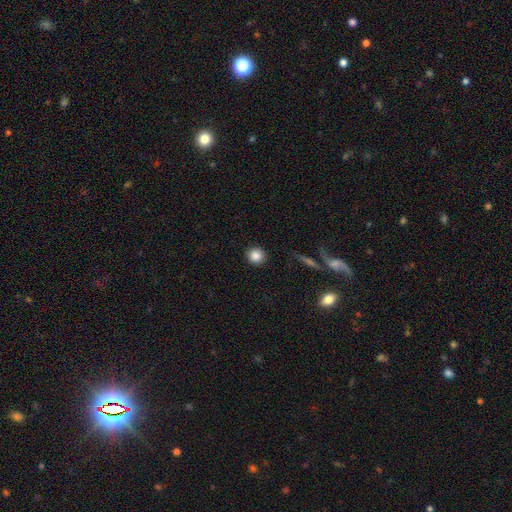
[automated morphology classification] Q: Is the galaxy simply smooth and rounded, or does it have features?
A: smooth — 85%.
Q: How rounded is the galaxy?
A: round — 92%.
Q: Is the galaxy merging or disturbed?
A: none — 91%.